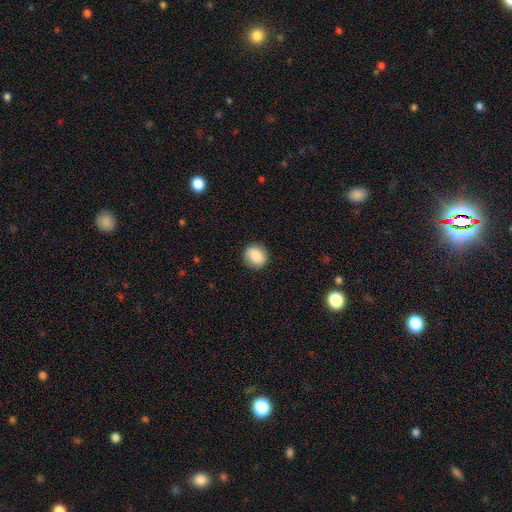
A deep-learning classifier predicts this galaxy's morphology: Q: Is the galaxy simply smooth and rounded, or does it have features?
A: smooth — 85%.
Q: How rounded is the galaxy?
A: round — 83%.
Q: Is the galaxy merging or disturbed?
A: none — 87%.